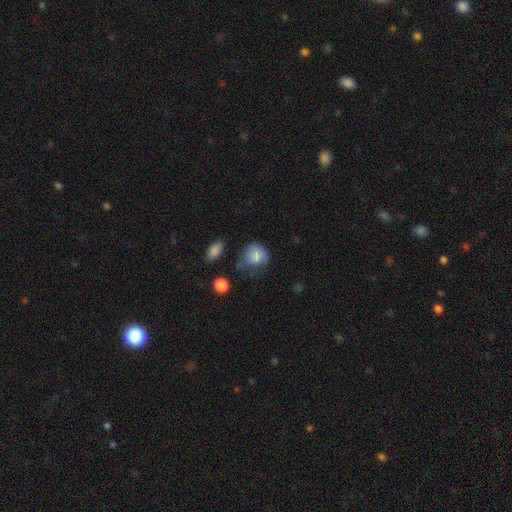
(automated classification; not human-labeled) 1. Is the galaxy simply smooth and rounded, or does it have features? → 80% smooth, 11% featured or disk, 10% star or artifact.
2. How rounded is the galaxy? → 73% round, 26% in between, 1% cigar-shaped.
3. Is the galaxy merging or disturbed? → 47% none, 31% minor disturbance, 16% major disturbance, 6% merger.